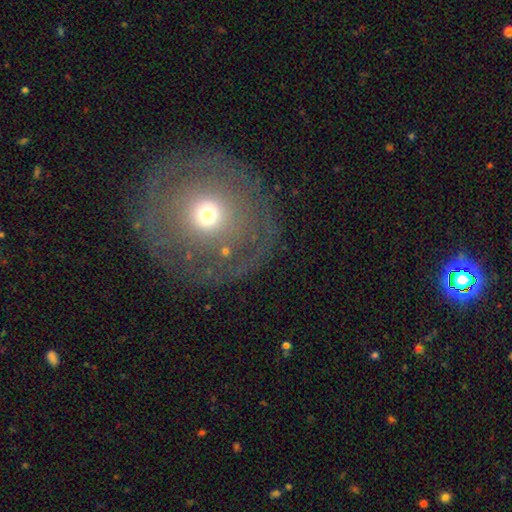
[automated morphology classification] featured or disk 44%, smooth 42%, star or artifact 14%. Down the decision tree: merging — none (82%).